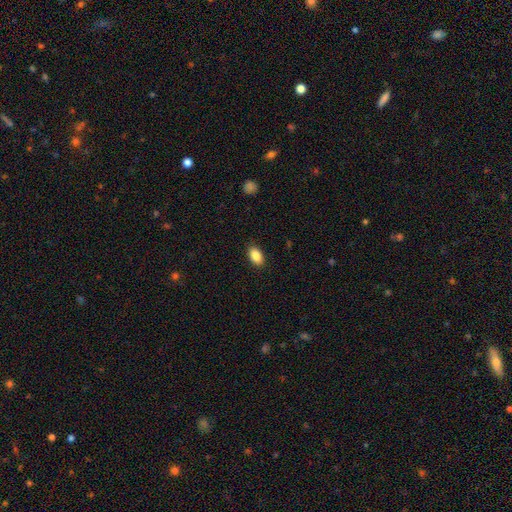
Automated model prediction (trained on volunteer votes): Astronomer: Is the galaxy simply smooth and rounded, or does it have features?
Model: smooth — 88%.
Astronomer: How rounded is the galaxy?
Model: in between — 91%.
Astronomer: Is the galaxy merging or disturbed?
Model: none — 89%.